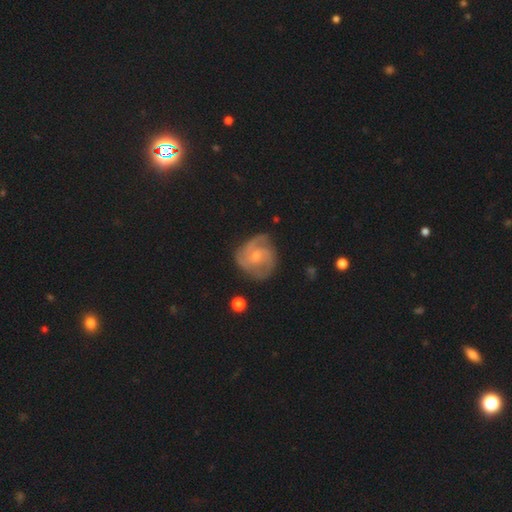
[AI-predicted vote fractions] This appears to be a featured or disk galaxy (78%) with no bar (60%), 3 (37%) medium (47%) spiral arms (94%) and a small central bulge (65%). Merging: none (66%).